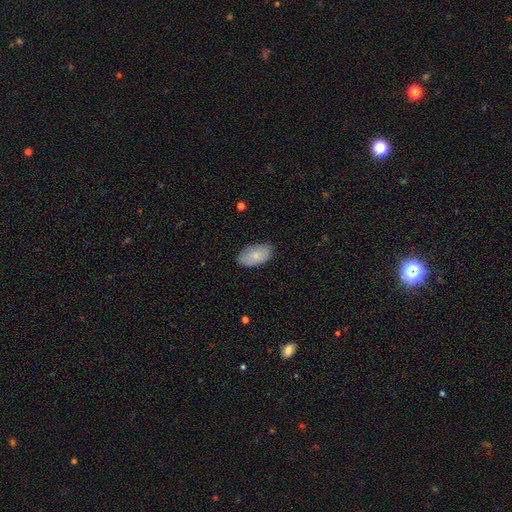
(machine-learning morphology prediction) Smooth or featured? Predicted: smooth (p=0.78). How rounded? Predicted: in between (p=0.95). Merging? Predicted: none (p=0.83).